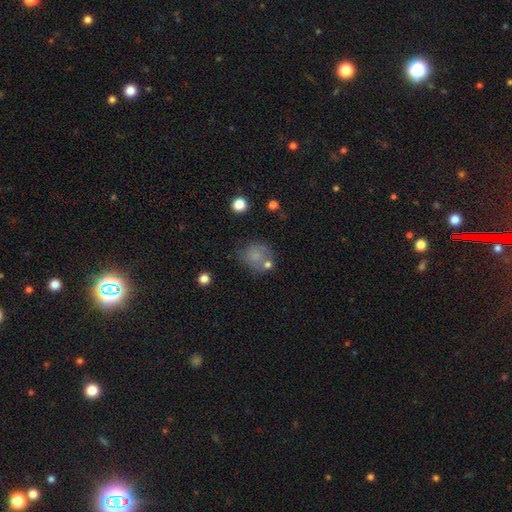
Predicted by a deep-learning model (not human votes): smooth 68%, featured or disk 19%, star or artifact 13%. Down the decision tree: how rounded — round (74%); merging — none (52%).